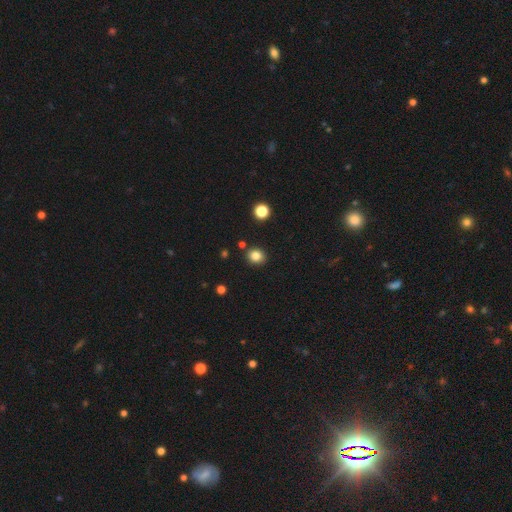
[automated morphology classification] Smooth or featured: smooth — 83% (star or artifact — 12%)
How rounded: round — 76% (in between — 24%)
Merging: none — 87% (minor disturbance — 7%)